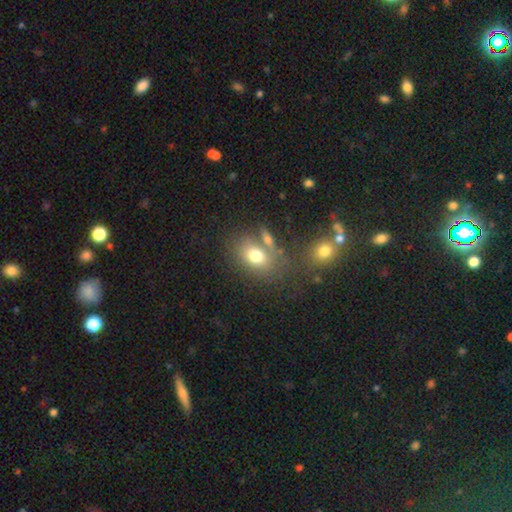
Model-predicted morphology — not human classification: Smooth or featured? Predicted: smooth (p=0.73). How rounded? Predicted: in between (p=0.68). Merging? Predicted: none (p=0.56).